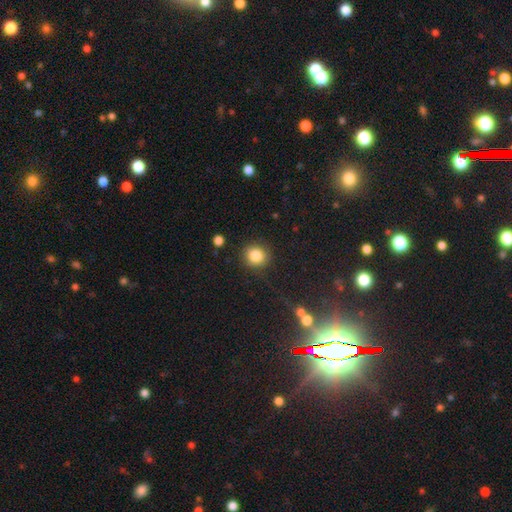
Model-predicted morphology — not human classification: Smooth or featured? smooth (84%)
How rounded? round (90%)
Merging? none (88%)